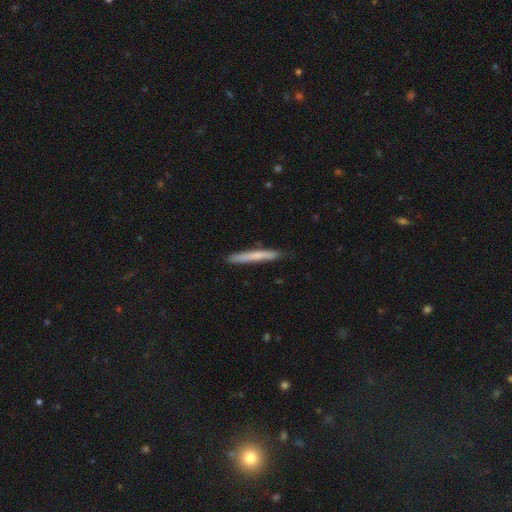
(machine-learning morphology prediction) Smooth or featured? Predicted: smooth (p=0.65). How rounded? Predicted: cigar-shaped (p=0.96). Merging? Predicted: none (p=0.86).